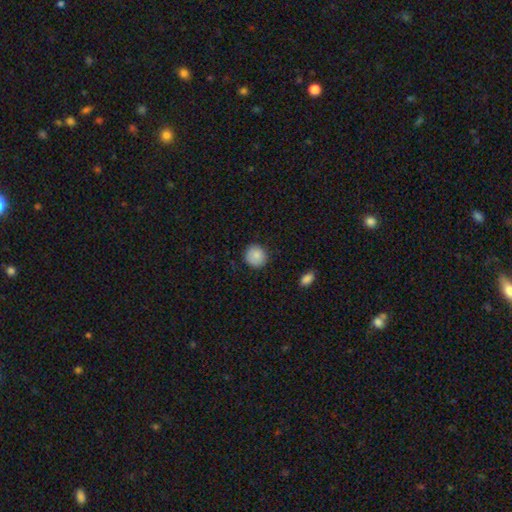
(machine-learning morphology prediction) Smooth or featured: smooth — 86% (star or artifact — 8%)
How rounded: round — 92% (in between — 7%)
Merging: none — 88% (minor disturbance — 8%)